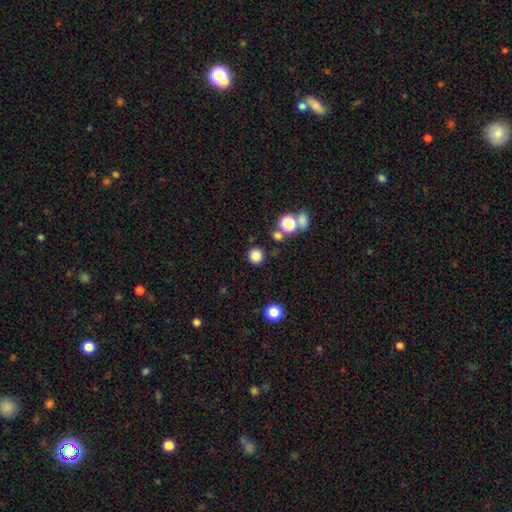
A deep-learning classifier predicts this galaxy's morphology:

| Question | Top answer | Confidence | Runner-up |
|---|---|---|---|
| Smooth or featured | smooth | 83% | star or artifact (14%) |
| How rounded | round | 94% | in between (5%) |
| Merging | none | 86% | minor disturbance (6%) |